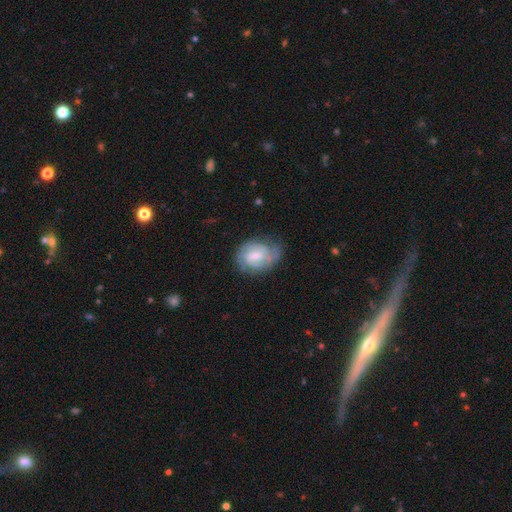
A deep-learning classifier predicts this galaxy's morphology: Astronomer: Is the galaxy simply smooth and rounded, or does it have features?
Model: featured or disk — 72%.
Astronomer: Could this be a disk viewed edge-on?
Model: no — 98%.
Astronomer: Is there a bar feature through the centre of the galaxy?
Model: weak — 53% (runner-up: no, 37%).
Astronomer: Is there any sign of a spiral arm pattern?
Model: yes — 91%.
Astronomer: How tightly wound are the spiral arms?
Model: tight — 52% (runner-up: medium, 38%).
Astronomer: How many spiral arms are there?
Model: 2 — 50% (runner-up: can't tell, 27%).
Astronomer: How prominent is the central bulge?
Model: moderate — 43% (runner-up: small, 41%).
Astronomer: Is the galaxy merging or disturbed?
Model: none — 64%.